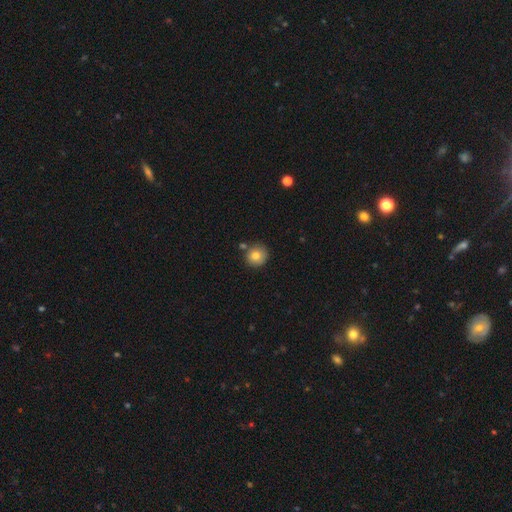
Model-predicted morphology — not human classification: A smooth galaxy with no disk features (80%) that is round (92%). Merging: none (78%).